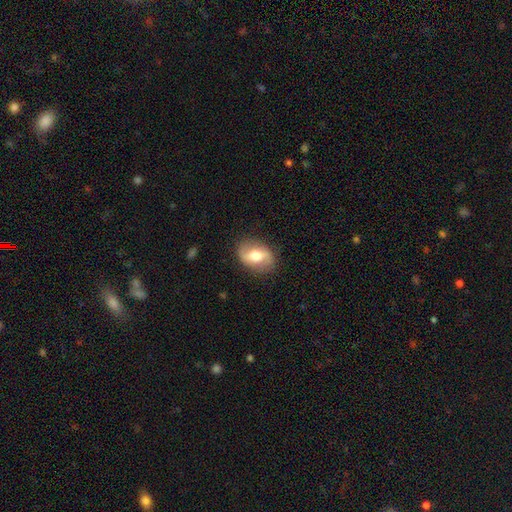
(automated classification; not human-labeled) A featured or disk galaxy (56%) with a weak bar (40%), spiral arms (71%) and a moderate central bulge (62%). Merging: none (83%).